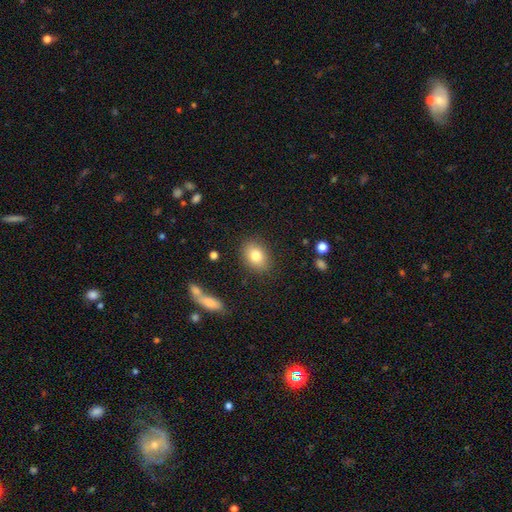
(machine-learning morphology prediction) Smooth or featured? smooth (82%)
How rounded? in between (73%)
Merging? none (84%)